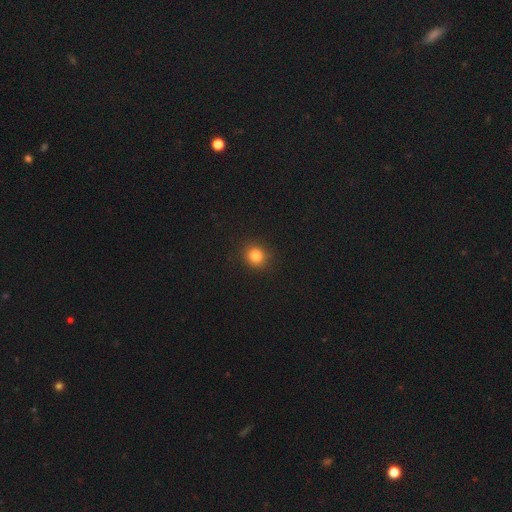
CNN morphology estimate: smooth_or_featured: smooth (p=0.82) [alt: star or artifact p=0.13]
how_rounded: round (p=0.85) [alt: in between p=0.14]
merging: none (p=0.91) [alt: minor disturbance p=0.06]